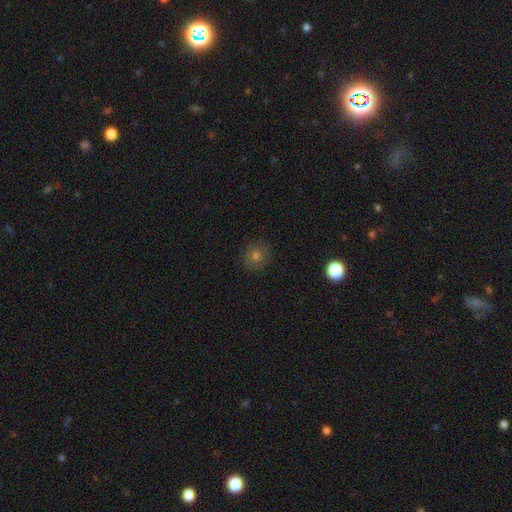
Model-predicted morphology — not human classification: smooth-or-featured: smooth: 70% | star or artifact: 19% | featured or disk: 12%
  how-rounded: round: 88% | in between: 11% | cigar-shaped: 1%
  merging: none: 87% | minor disturbance: 9% | major disturbance: 3% | merger: 1%